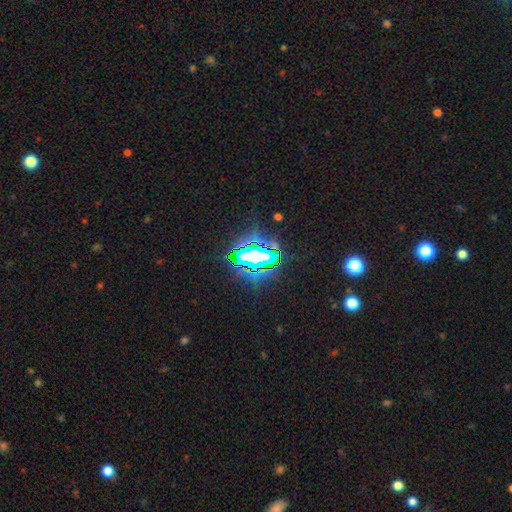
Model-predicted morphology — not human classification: A star or artifact, not a galaxy (73%).